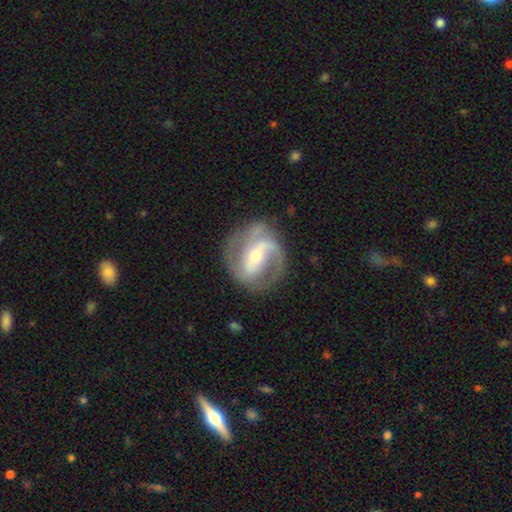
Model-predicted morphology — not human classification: Smooth or featured?
  - featured or disk: 87% *
  - smooth: 9%
  - star or artifact: 5%
Edge-on disk?
  - no: 97% *
  - yes: 3%
Bar?
  - weak: 39% *
  - strong: 37%
  - no: 24%
Spiral arms?
  - yes: 95% *
  - no: 5%
Spiral winding?
  - medium: 50% *
  - tight: 26%
  - loose: 24%
Spiral arm count?
  - 2: 70% *
  - 3: 11%
  - can't tell: 8%
  - 1: 7%
  - 4: 2%
  - more than 4: 2%
Bulge size?
  - moderate: 51% *
  - small: 44%
  - large: 3%
  - none: 1%
  - dominant: 1%
Merging?
  - none: 73% *
  - minor disturbance: 16%
  - major disturbance: 9%
  - merger: 2%